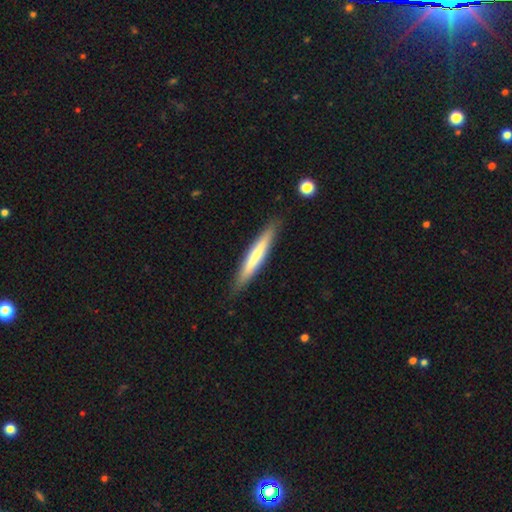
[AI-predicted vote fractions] Smooth or featured?
  - smooth: 60% *
  - featured or disk: 35%
  - star or artifact: 5%
How rounded?
  - cigar-shaped: 94% *
  - in between: 5%
  - round: 1%
Merging?
  - none: 88% *
  - minor disturbance: 9%
  - major disturbance: 2%
  - merger: 1%